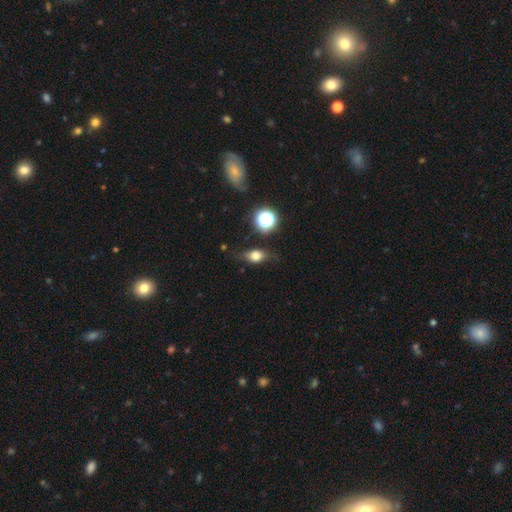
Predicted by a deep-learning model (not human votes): Smooth or featured: smooth — 67% (featured or disk — 19%)
How rounded: in between — 66% (round — 27%)
Merging: none — 69% (minor disturbance — 22%)